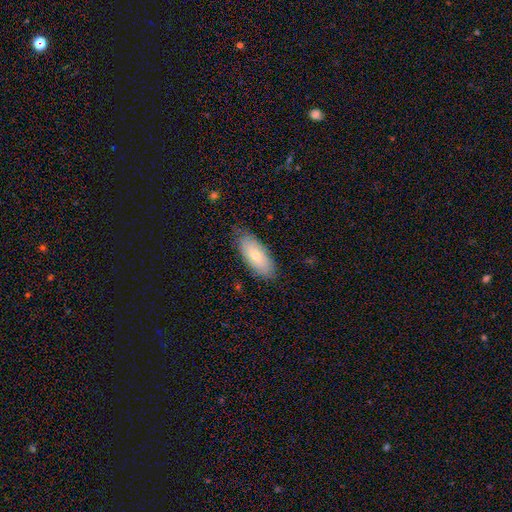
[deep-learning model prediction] smooth_or_featured: smooth (p=0.66) [alt: featured or disk p=0.27]
how_rounded: in between (p=0.85) [alt: cigar-shaped p=0.13]
merging: none (p=0.79) [alt: minor disturbance p=0.17]